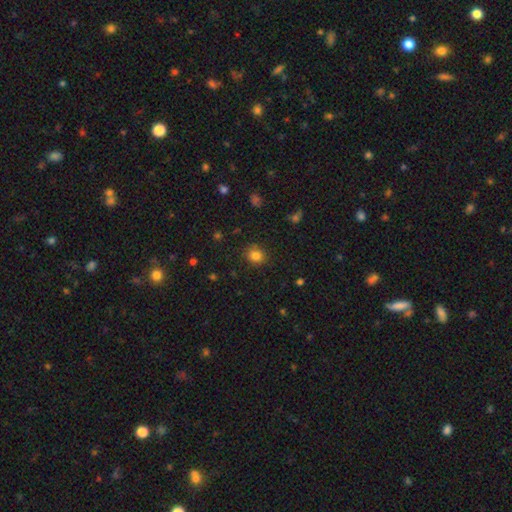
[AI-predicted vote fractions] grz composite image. It shows a smooth galaxy with no disk features (82%) that is round (79%). Merging: none (85%).